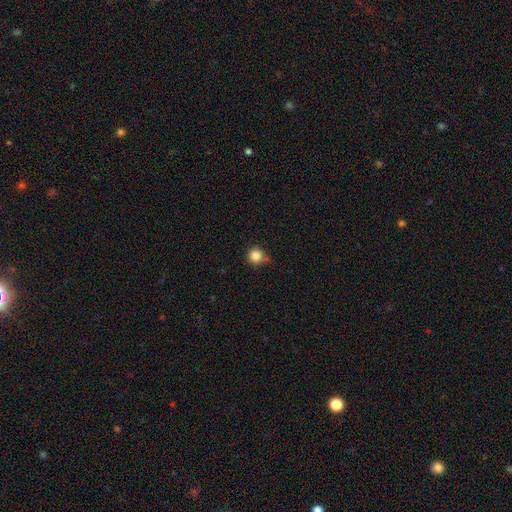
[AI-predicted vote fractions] Smooth or featured? smooth (85%)
How rounded? round (94%)
Merging? none (69%)